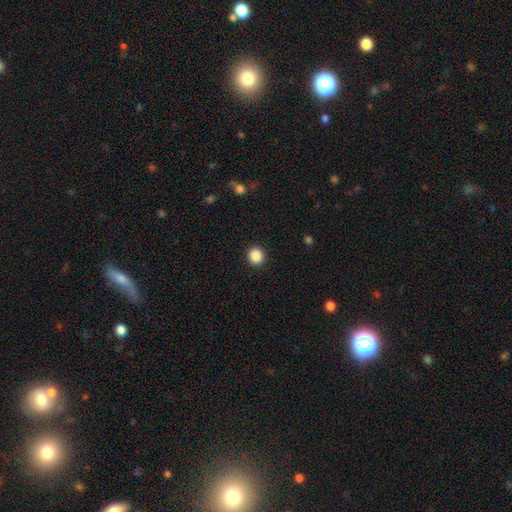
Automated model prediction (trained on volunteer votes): A smooth galaxy with no disk features (87%) that is round (88%). Merging: none (92%).